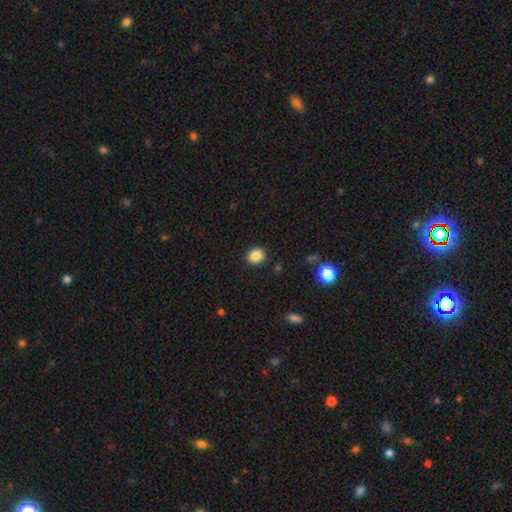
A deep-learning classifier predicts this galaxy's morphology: smooth_or_featured: smooth (p=0.86) [alt: star or artifact p=0.10]
how_rounded: round (p=0.62) [alt: in between p=0.37]
merging: none (p=0.90) [alt: minor disturbance p=0.07]